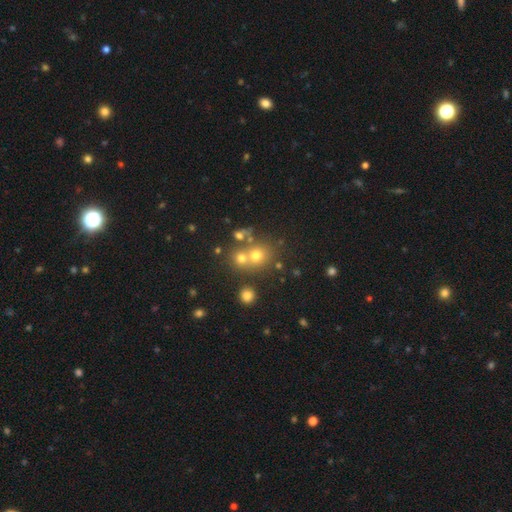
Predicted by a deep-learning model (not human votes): Smooth or featured? Predicted: smooth (p=0.66). How rounded? Predicted: round (p=0.79). Merging? Predicted: none (p=0.52).